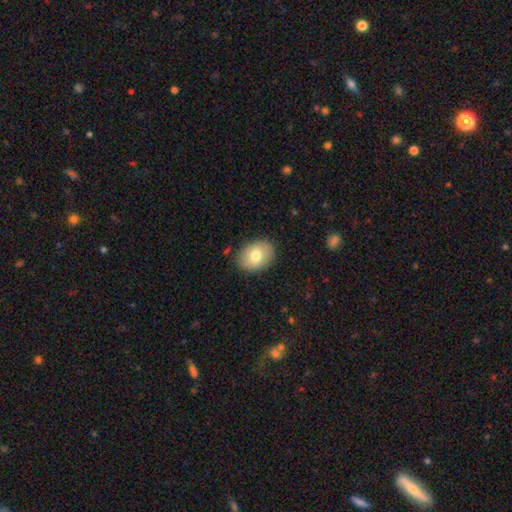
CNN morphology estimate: Q: Smooth or featured?
A: smooth (76%); runner-up: featured or disk (16%)
Q: How rounded?
A: in between (66%); runner-up: round (34%)
Q: Merging?
A: none (86%); runner-up: minor disturbance (10%)